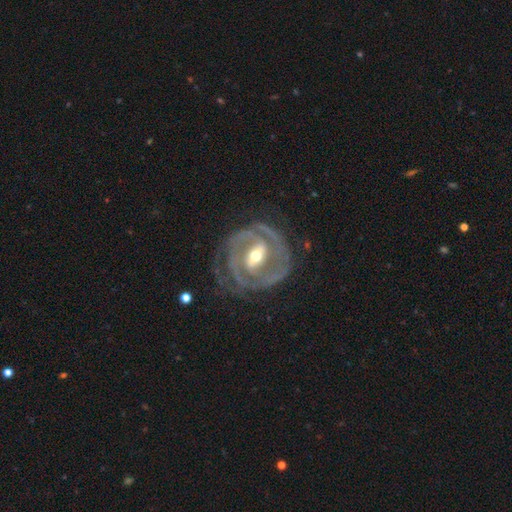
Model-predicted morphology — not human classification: The model was most divided on "bar": strong: 48%, weak: 37%, no: 15%. More confident: edge-on disk — no (96%); spiral arms — yes (93%); smooth or featured — featured or disk (88%); merging — none (69%); bulge size — moderate (63%); spiral arm count — 2 (61%); spiral winding — tight (60%).